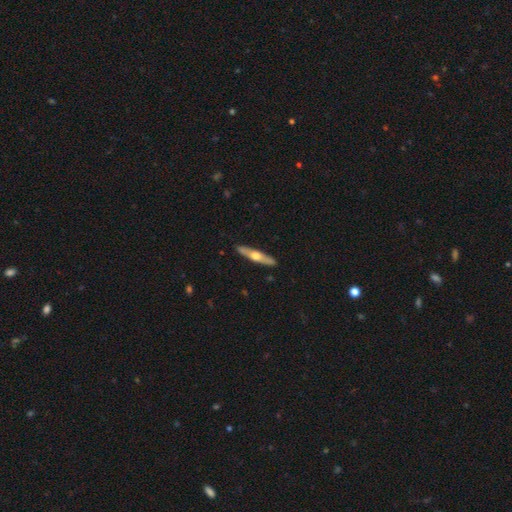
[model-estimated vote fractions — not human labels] Overall: featured or disk (58%; smooth 37%). Edge-on disk: yes (93%). Edge-on bulge: rounded (92%). Merging: none (90%).